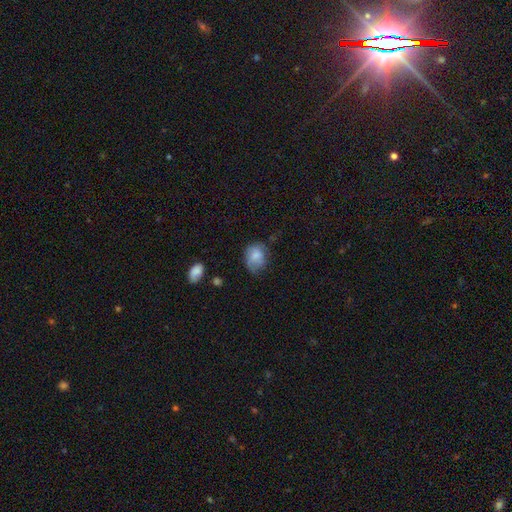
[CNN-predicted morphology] This is likely a smooth galaxy (75%). How rounded: possibly in between (55%). Merging: possibly none (50%).